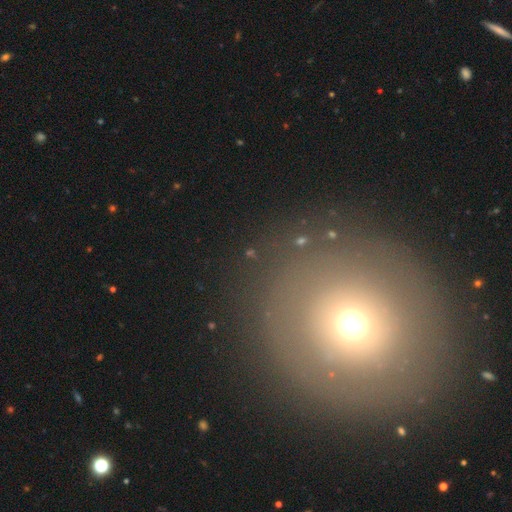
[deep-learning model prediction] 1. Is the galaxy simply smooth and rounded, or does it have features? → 49% smooth, 29% star or artifact, 22% featured or disk.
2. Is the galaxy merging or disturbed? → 80% none, 10% minor disturbance, 7% major disturbance, 3% merger.